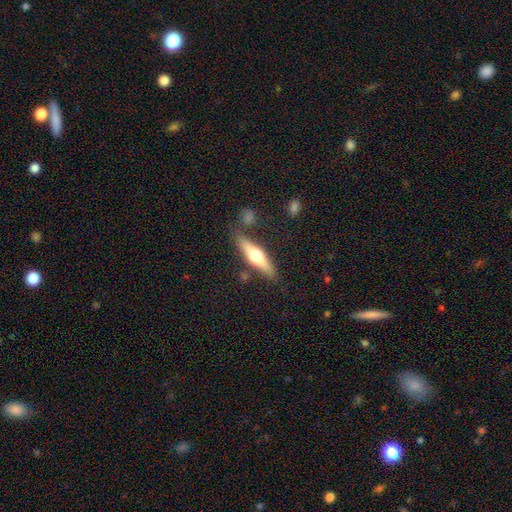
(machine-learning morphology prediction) Smooth or featured: featured or disk — 52% (smooth — 42%)
Edge-on disk: yes — 91% (no — 9%)
Merging: none — 79% (minor disturbance — 12%)